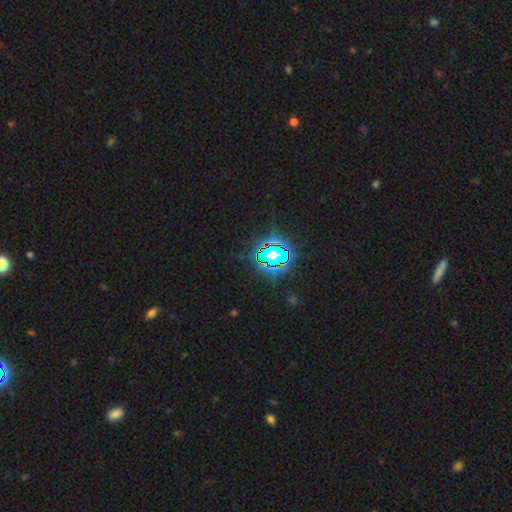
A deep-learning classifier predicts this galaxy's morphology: A star or artifact, not a galaxy (80%).